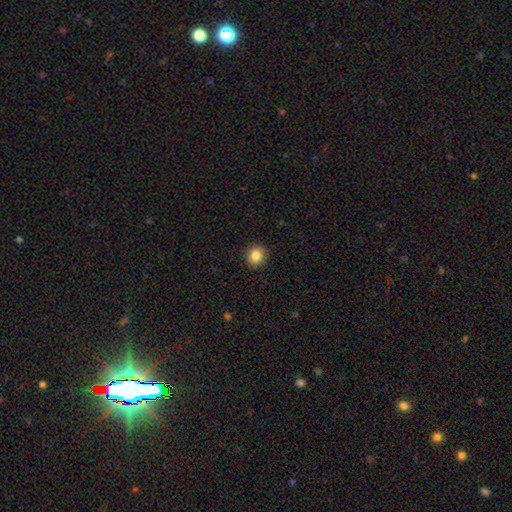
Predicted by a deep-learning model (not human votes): The model was most divided on "smooth or featured": smooth: 85%, star or artifact: 10%, featured or disk: 5%. More confident: merging — none (91%); how rounded — round (89%).